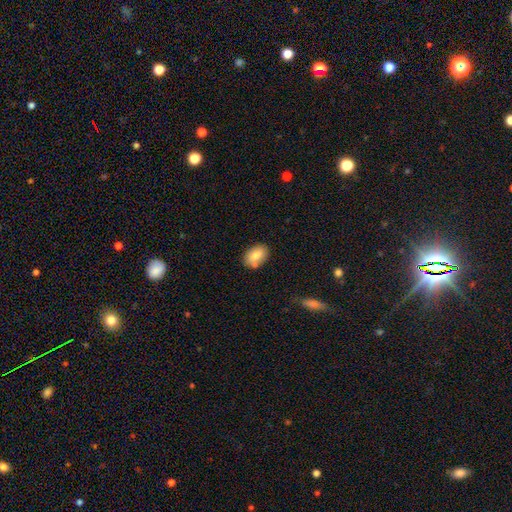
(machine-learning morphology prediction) This appears to be a smooth galaxy with no disk features (79%) that is in between round and cigar-shaped (82%). Merging: none (71%).